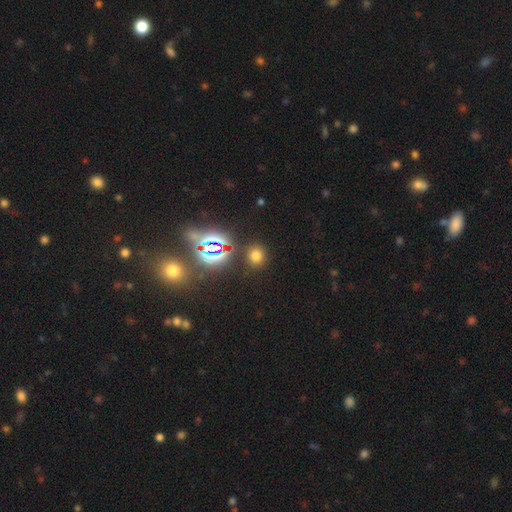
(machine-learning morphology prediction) Smooth or featured?
  - smooth: 65% *
  - star or artifact: 28%
  - featured or disk: 7%
How rounded?
  - round: 80% *
  - in between: 18%
  - cigar-shaped: 1%
Merging?
  - none: 86% *
  - minor disturbance: 8%
  - merger: 3%
  - major disturbance: 3%